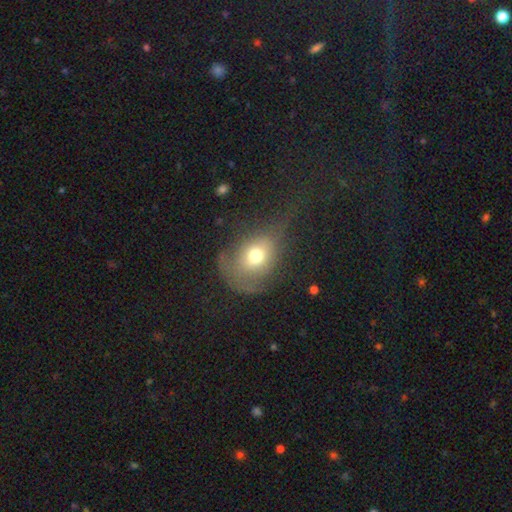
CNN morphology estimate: smooth-or-featured: smooth: 63% | featured or disk: 25% | star or artifact: 12%
  how-rounded: in between: 50% | round: 48% | cigar-shaped: 2%
  merging: major disturbance: 42% | none: 32% | minor disturbance: 23% | merger: 3%